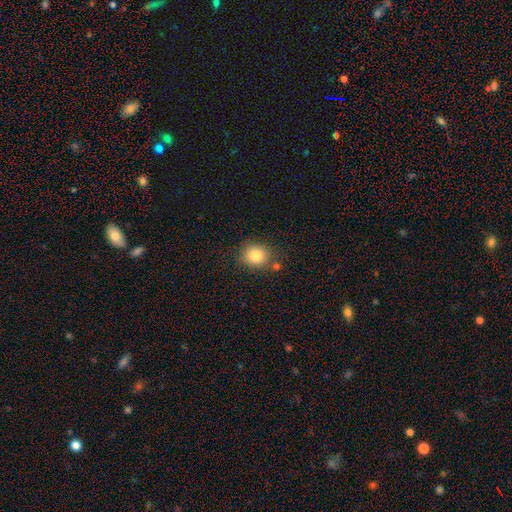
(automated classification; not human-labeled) Overall: smooth (82%). How rounded: round (72%). Merging: none (77%).